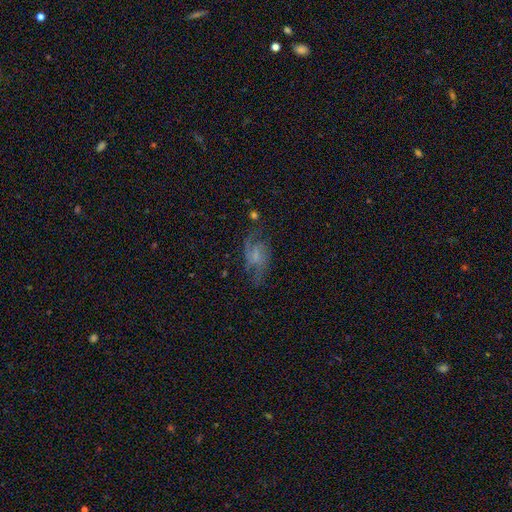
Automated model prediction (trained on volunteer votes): smooth-or-featured: featured or disk: 67% | smooth: 21% | star or artifact: 11%
  disk-edge-on: no: 96% | yes: 4%
    bar: no: 49% | weak: 42% | strong: 9%
    has-spiral-arms: yes: 86% | no: 14%
      spiral-winding: medium: 43% | loose: 42% | tight: 15%
      spiral-arm-count: 2: 71% | can't tell: 14% | 1: 5% | 3: 5% | 4: 2% | more than 4: 2%
    bulge-size: small: 50% | none: 23% | moderate: 22% | large: 3% | dominant: 1%
  merging: none: 56% | minor disturbance: 22% | major disturbance: 20% | merger: 3%